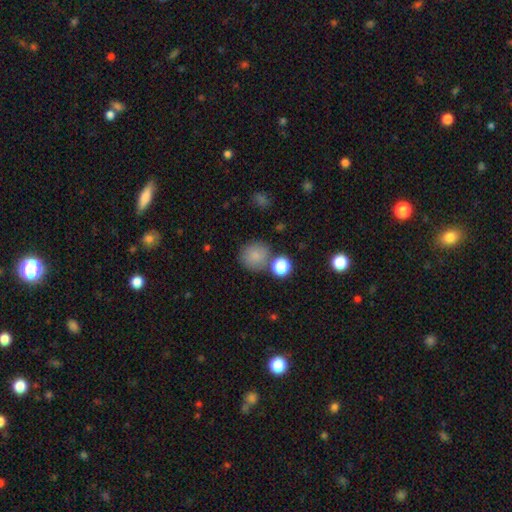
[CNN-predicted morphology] Q: Smooth or featured?
A: smooth (83%); runner-up: star or artifact (11%)
Q: How rounded?
A: round (90%); runner-up: in between (9%)
Q: Merging?
A: none (71%); runner-up: merger (13%)